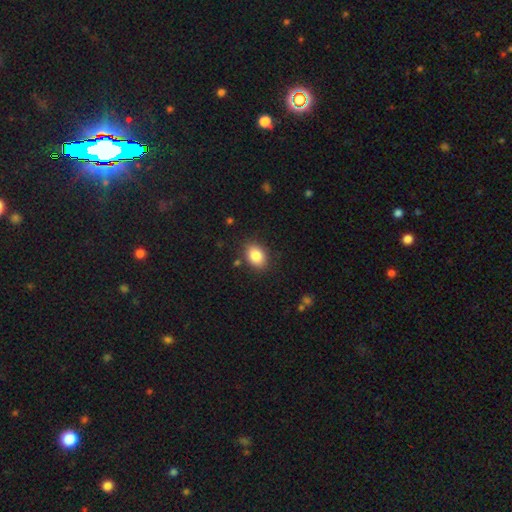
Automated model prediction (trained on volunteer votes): This appears to be a smooth galaxy with no disk features (86%) that is in between round and cigar-shaped (76%). Merging: none (84%).